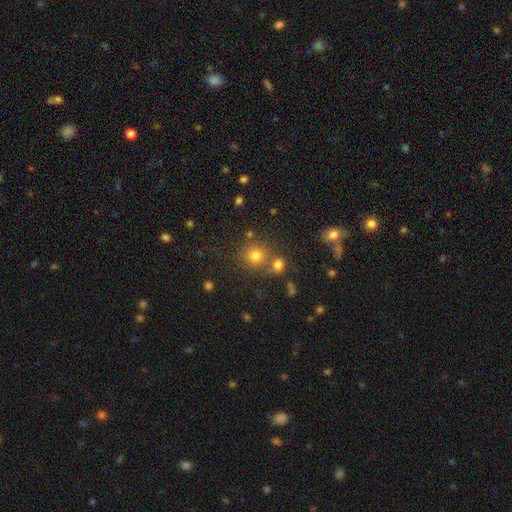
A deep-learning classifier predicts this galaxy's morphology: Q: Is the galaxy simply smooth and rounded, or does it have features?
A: smooth — 75%.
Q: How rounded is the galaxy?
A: round — 90%.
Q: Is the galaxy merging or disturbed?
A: none — 71%.